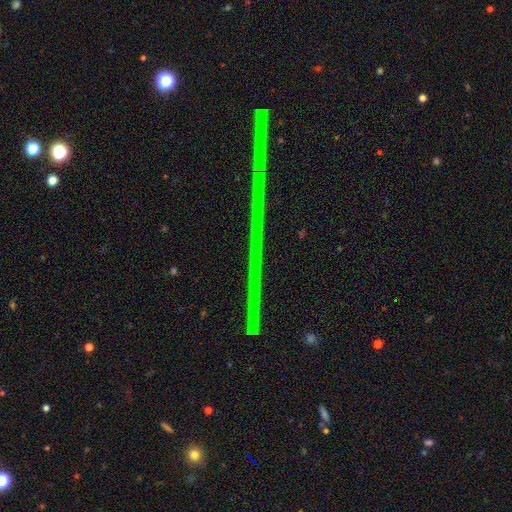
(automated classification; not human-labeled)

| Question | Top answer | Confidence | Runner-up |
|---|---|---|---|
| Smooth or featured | star or artifact | 75% | featured or disk (16%) |